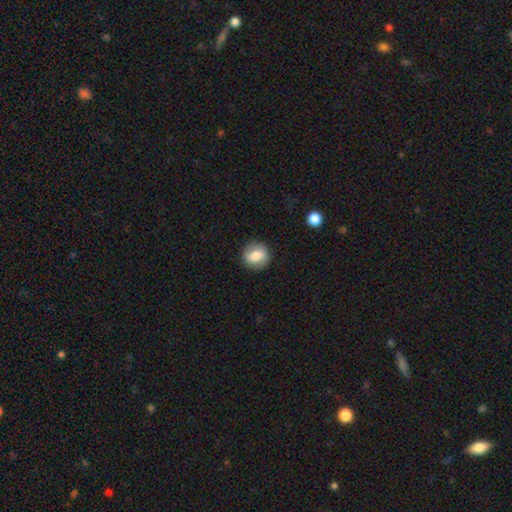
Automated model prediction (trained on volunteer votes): Q: Smooth or featured?
A: smooth (64%); runner-up: featured or disk (28%)
Q: How rounded?
A: round (85%); runner-up: in between (14%)
Q: Merging?
A: none (86%); runner-up: minor disturbance (10%)